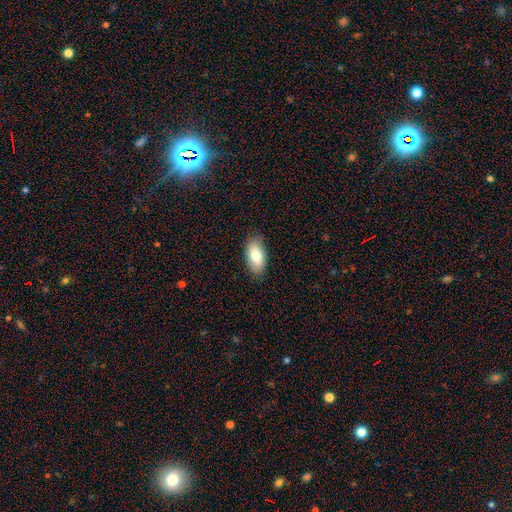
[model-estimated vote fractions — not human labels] A smooth galaxy with no disk features (75%) that is in between round and cigar-shaped (93%).

Vote fractions:
- Smooth or featured? smooth: 75% / featured or disk: 19% / star or artifact: 6%
- How rounded? in between: 93% / cigar-shaped: 4% / round: 3%
- Merging? none: 85% / minor disturbance: 12% / major disturbance: 2% / merger: 1%